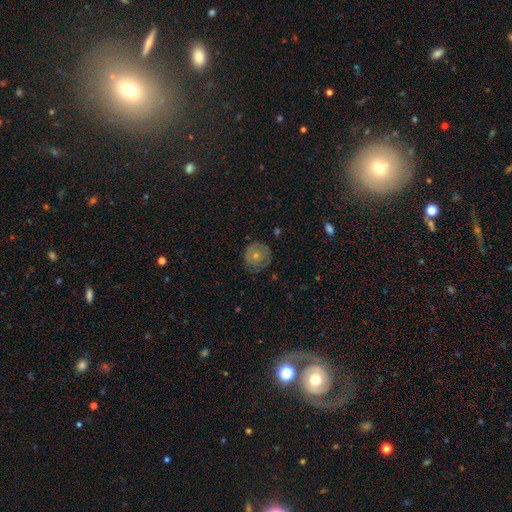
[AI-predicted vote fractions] Smooth or featured? smooth (49%)
Merging? none (72%)